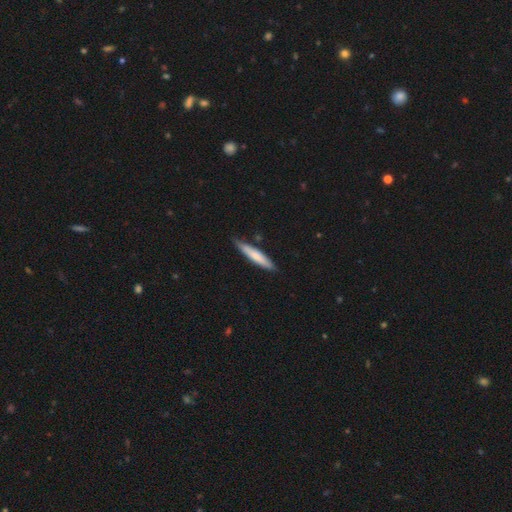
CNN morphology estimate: smooth 70%, featured or disk 25%, star or artifact 5%. Down the decision tree: how rounded — cigar-shaped (89%); merging — none (79%).